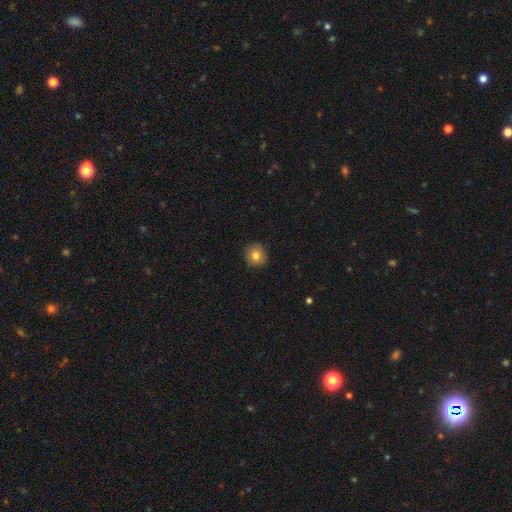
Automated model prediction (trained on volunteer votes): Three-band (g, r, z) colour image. It shows a smooth galaxy with no disk features (80%) that is round (91%). Merging: none (87%).